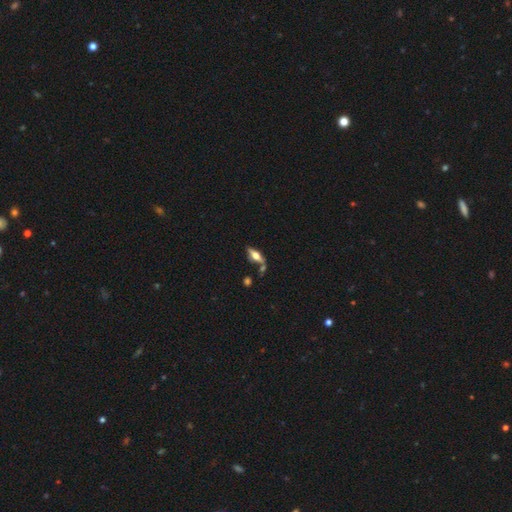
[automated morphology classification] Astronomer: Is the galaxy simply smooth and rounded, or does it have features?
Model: featured or disk — 60%.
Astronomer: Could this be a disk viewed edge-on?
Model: yes — 92%.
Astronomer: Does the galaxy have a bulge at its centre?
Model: rounded — 93%.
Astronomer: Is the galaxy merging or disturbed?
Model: none — 68%.